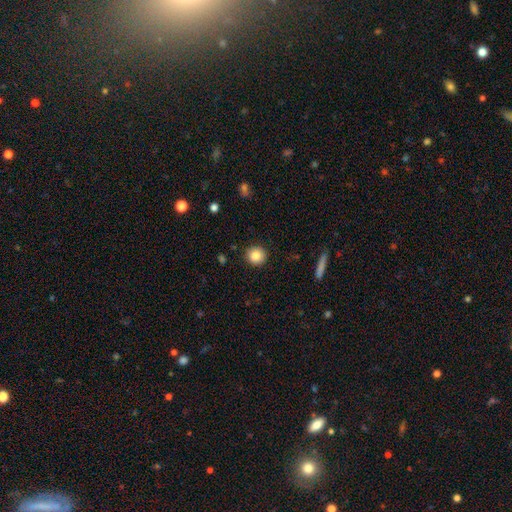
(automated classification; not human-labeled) Smooth or featured? smooth (87%)
How rounded? round (89%)
Merging? none (91%)